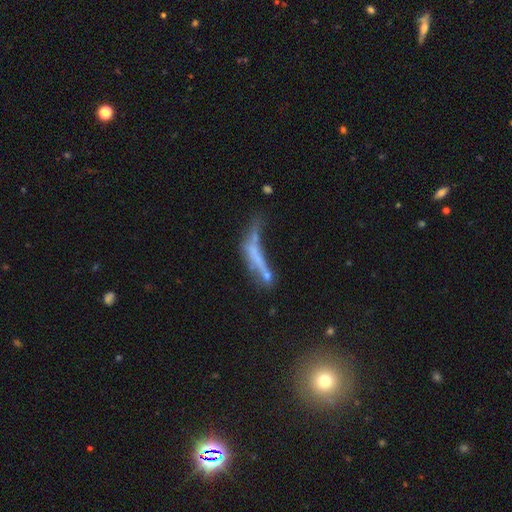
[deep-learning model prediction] A featured or disk galaxy (48%).

Vote fractions:
- Smooth or featured? featured or disk: 48% / smooth: 37% / star or artifact: 14%
- Merging? major disturbance: 31% / merger: 27% / none: 24% / minor disturbance: 17%